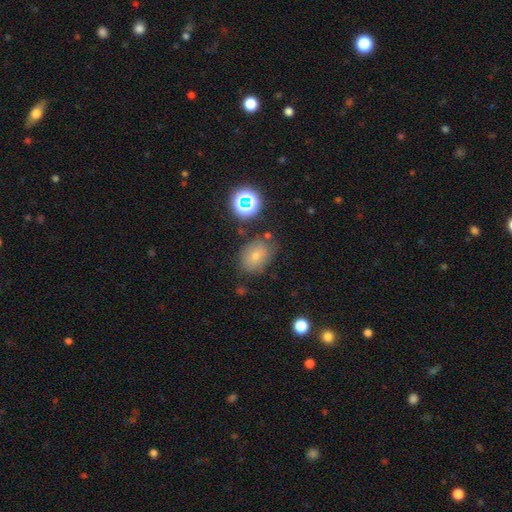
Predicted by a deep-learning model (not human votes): A smooth galaxy with no disk features (69%) that is in between round and cigar-shaped (65%). Merging: none (70%).